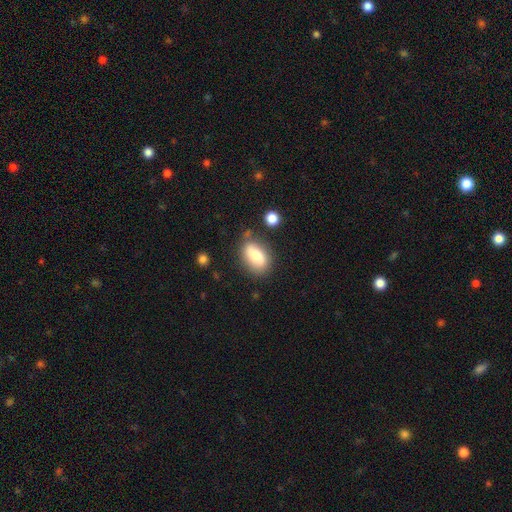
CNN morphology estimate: smooth 77%, featured or disk 15%, star or artifact 8%. Down the decision tree: how rounded — in between (86%); merging — none (69%).